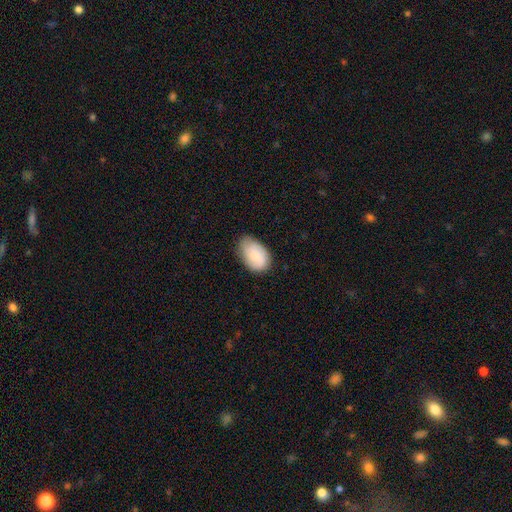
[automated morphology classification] Q: Smooth or featured?
A: smooth (61%); runner-up: featured or disk (32%)
Q: How rounded?
A: in between (87%); runner-up: round (11%)
Q: Merging?
A: none (68%); runner-up: minor disturbance (26%)